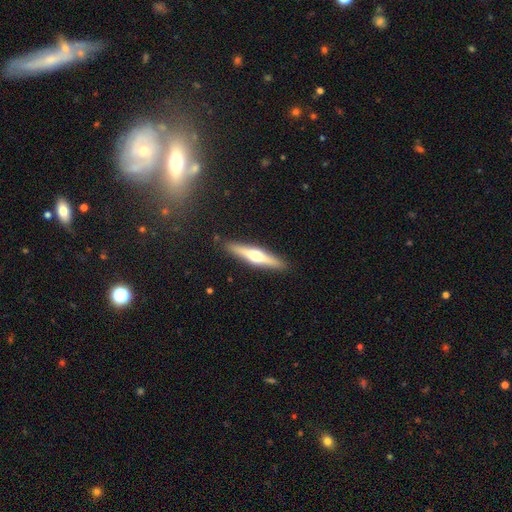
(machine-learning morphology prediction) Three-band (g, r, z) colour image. It shows a featured or disk galaxy (60%) viewed edge-on (96%) with a rounded central bulge (93%). Merging: none (90%).